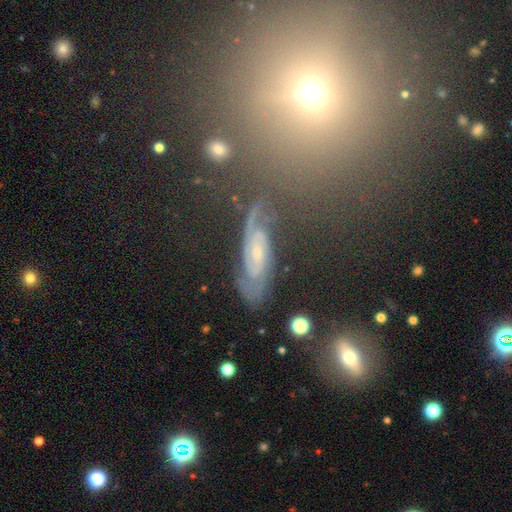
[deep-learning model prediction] The model was most divided on "bar": no: 53%, weak: 36%, strong: 12%. More confident: spiral arms — yes (85%); edge-on disk — no (81%); smooth or featured — featured or disk (69%); merging — none (68%); bulge size — small (67%).